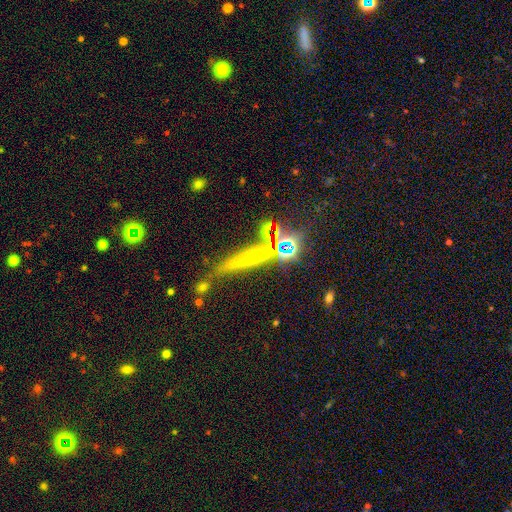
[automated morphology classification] This appears to be a featured or disk galaxy (41%). Merging: none (71%).